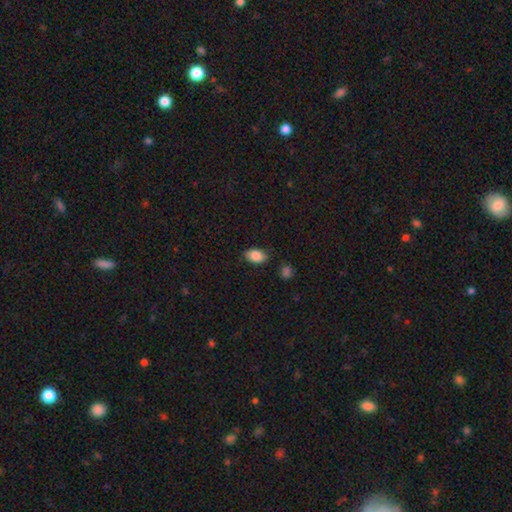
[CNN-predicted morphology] This appears to be a smooth galaxy with no disk features (87%) that is in between round and cigar-shaped (91%). Merging: none (82%).